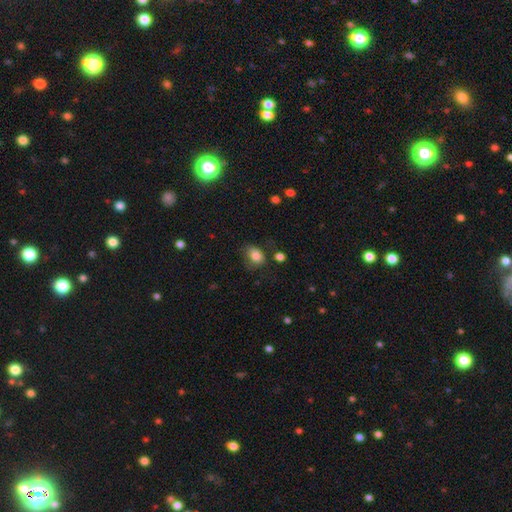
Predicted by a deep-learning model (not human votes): Morphology: type=smooth (82%); roundness=in between (61%); merging=none (61%).